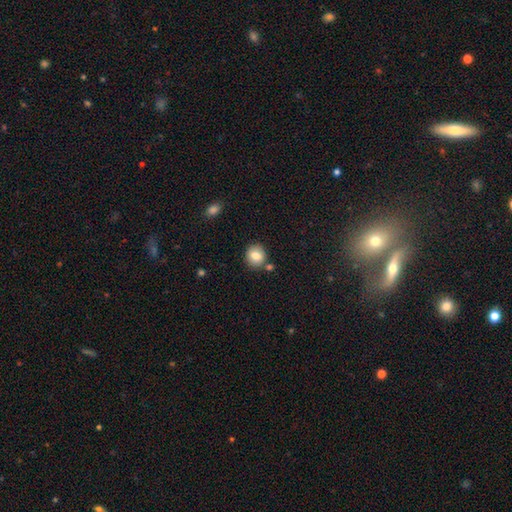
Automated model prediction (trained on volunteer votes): This is clearly a smooth galaxy (82%). How rounded: clearly round (80%). Merging: likely none (80%).